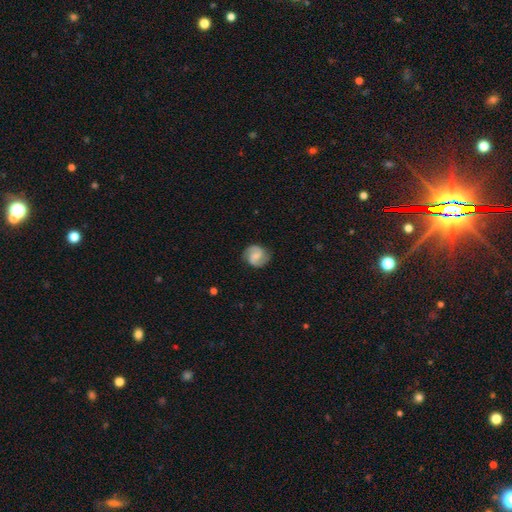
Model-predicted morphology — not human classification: Smooth or featured: featured or disk — 76% (smooth — 18%)
Edge-on disk: no — 98% (yes — 2%)
Bar: weak — 50% (no — 36%)
Spiral arms: yes — 96% (no — 4%)
Spiral winding: medium — 51% (tight — 28%)
Spiral arm count: 2 — 92% (can't tell — 3%)
Bulge size: small — 44% (moderate — 32%)
Merging: none — 85% (minor disturbance — 11%)